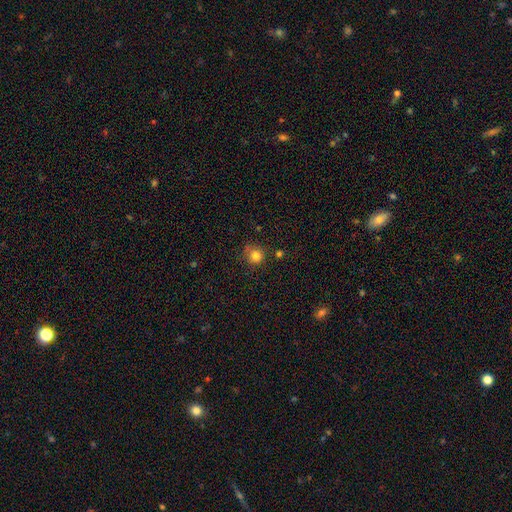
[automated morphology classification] Overall: smooth (82%). How rounded: round (91%). Merging: none (74%).